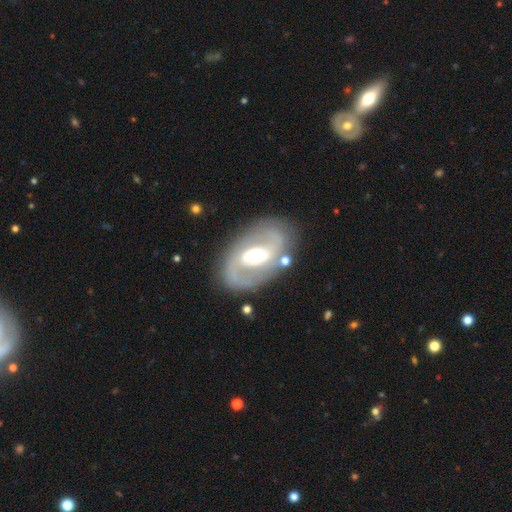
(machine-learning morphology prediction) type=featured or disk (84%); edge-on=no (96%); bar=weak (45%); spiral arms=yes (88%); winding=medium (47%); arm count=2 (86%); bulge=moderate (67%); merging=none (79%).